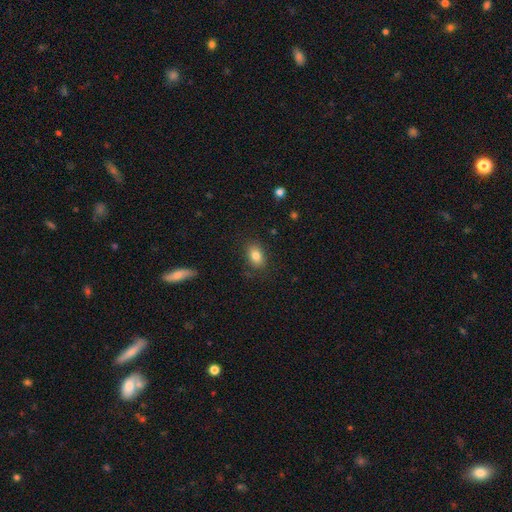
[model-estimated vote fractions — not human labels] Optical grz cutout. It shows a smooth galaxy with no disk features (82%) that is in between round and cigar-shaped (81%). Merging: none (83%).